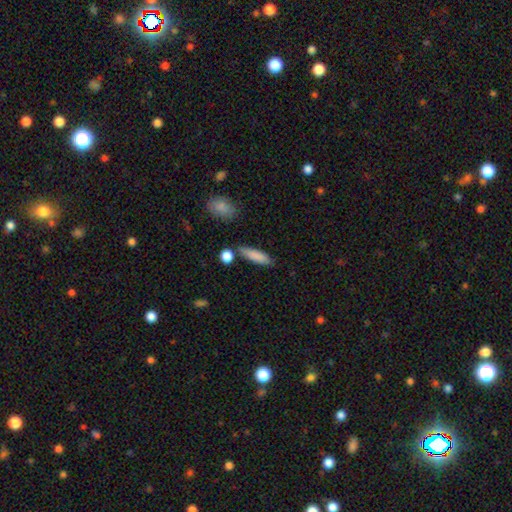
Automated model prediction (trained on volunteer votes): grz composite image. It shows a smooth galaxy with no disk features (85%) that is cigar-shaped (54%). Merging: none (76%).